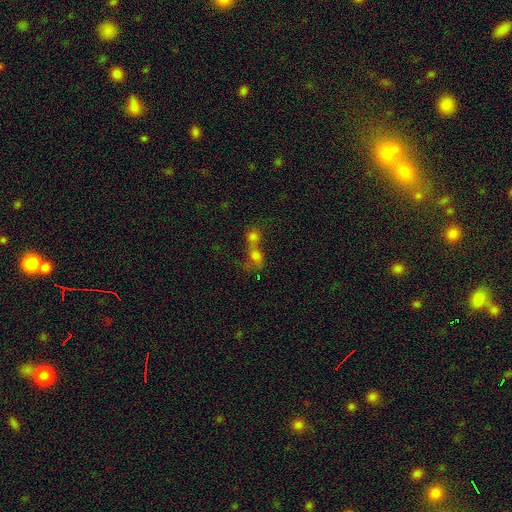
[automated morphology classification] A smooth galaxy with no disk features (67%) that is round (53%). Merging: merger (78%).